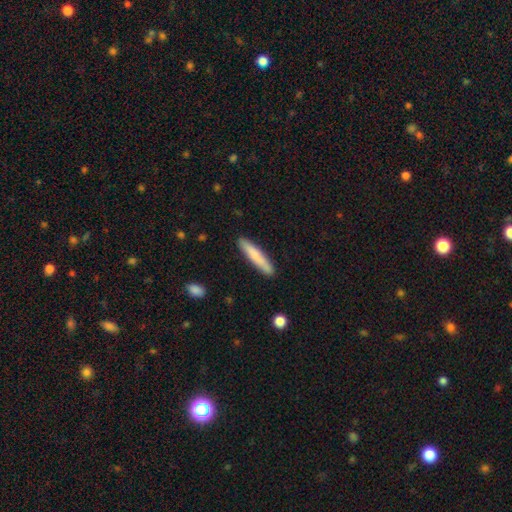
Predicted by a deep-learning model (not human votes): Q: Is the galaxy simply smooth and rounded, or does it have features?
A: smooth — 78%.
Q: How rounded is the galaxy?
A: cigar-shaped — 92%.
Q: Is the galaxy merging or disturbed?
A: none — 88%.